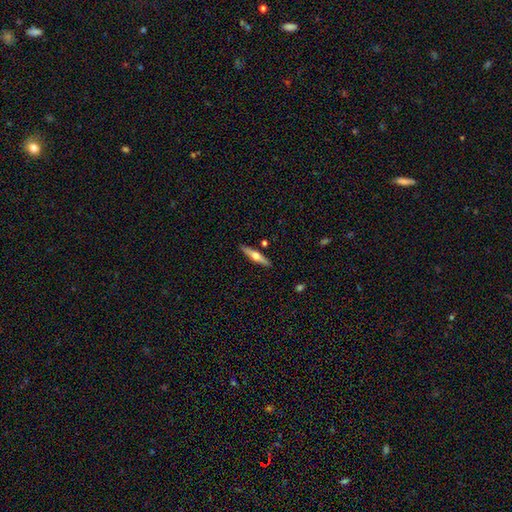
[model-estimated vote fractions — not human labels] Smooth or featured? Predicted: featured or disk (p=0.53). Edge-on disk? Predicted: yes (p=0.94). Edge-on bulge? Predicted: rounded (p=0.92). Merging? Predicted: none (p=0.88).